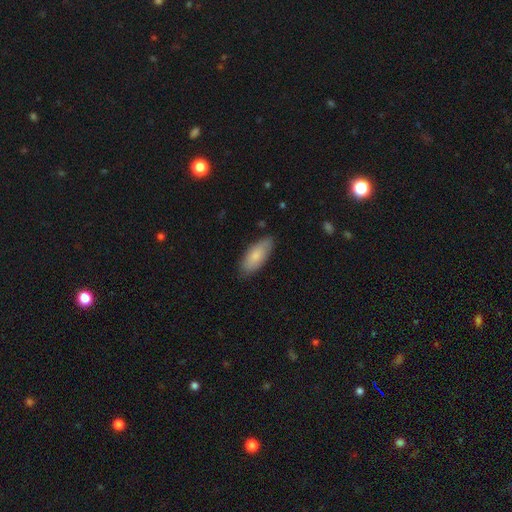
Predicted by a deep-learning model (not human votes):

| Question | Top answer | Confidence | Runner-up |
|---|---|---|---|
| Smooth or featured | smooth | 79% | featured or disk (16%) |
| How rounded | in between | 83% | cigar-shaped (15%) |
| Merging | none | 79% | minor disturbance (17%) |